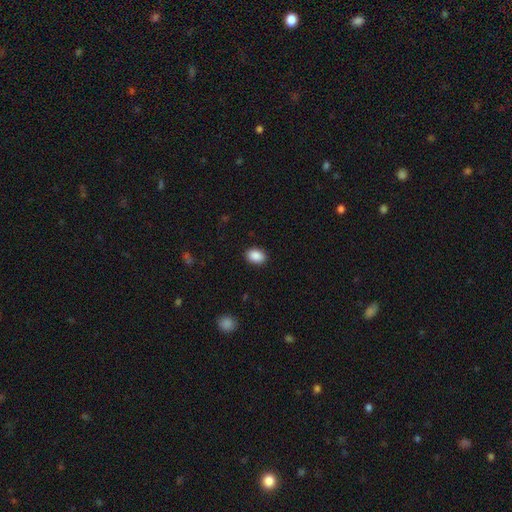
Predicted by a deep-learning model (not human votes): A smooth galaxy with no disk features (90%) that is in between round and cigar-shaped (77%). Merging: none (90%).